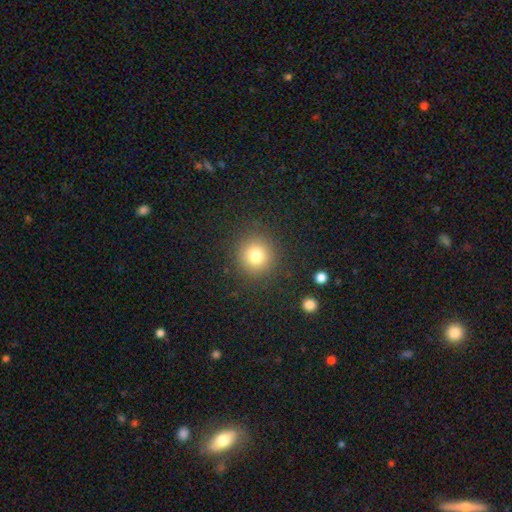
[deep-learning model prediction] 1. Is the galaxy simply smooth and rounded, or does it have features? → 79% smooth, 13% star or artifact, 8% featured or disk.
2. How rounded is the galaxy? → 92% round, 7% in between, 1% cigar-shaped.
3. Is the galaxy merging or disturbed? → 89% none, 6% minor disturbance, 3% major disturbance, 1% merger.